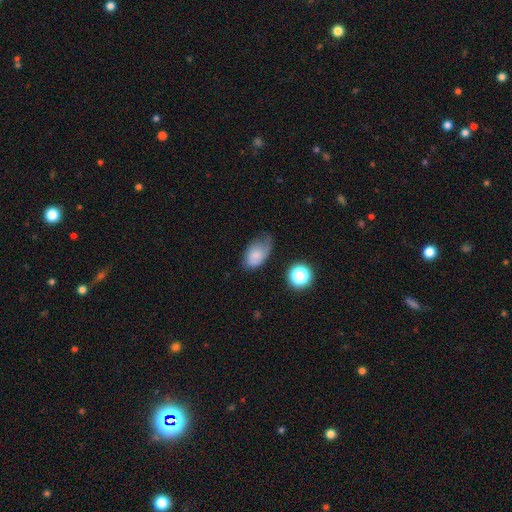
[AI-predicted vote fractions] Smooth or featured? smooth (70%)
How rounded? in between (87%)
Merging? none (40%, tied with minor disturbance)